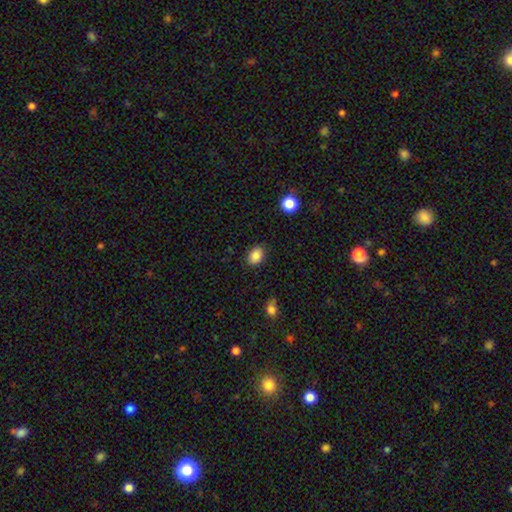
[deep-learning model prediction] Morphology: type=smooth (86%); roundness=in between (74%); merging=none (85%).